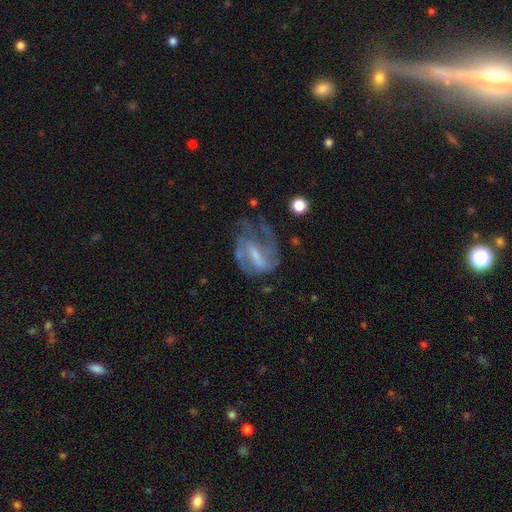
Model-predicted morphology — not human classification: Overall: featured or disk (74%). Edge-on disk: no (96%). Bar: weak (43%; strong 37%). Spiral arms: yes (79%). Spiral arm count: 2 (41%; can't tell 27%). Spiral winding: medium (45%; tight 31%). Bulge size: small (32%, tied with moderate). Merging: none (37%; major disturbance 36%).